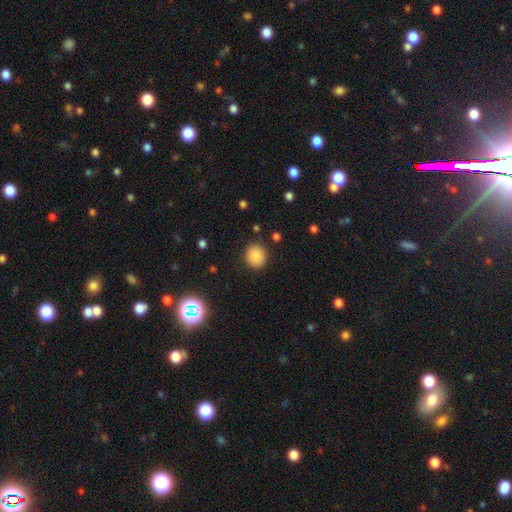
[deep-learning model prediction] Smooth or featured?
  - smooth: 85% *
  - star or artifact: 10%
  - featured or disk: 4%
How rounded?
  - round: 84% *
  - in between: 15%
  - cigar-shaped: 1%
Merging?
  - none: 88% *
  - minor disturbance: 8%
  - major disturbance: 3%
  - merger: 2%